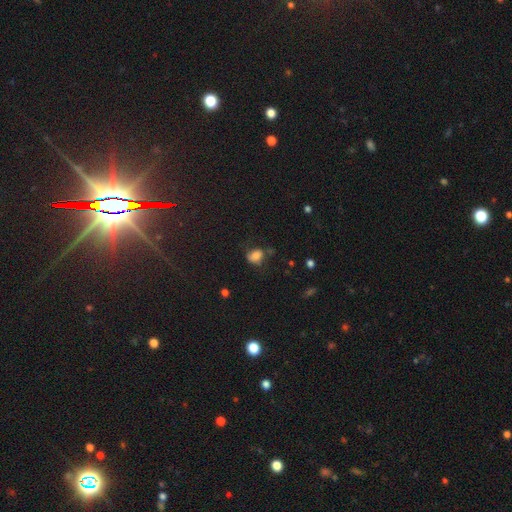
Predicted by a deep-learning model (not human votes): A smooth galaxy with no disk features (74%) that is in between round and cigar-shaped (63%).

Vote fractions:
- Smooth or featured? smooth: 74% / star or artifact: 14% / featured or disk: 12%
- How rounded? in between: 63% / round: 36% / cigar-shaped: 1%
- Merging? none: 49% / minor disturbance: 30% / major disturbance: 16% / merger: 5%